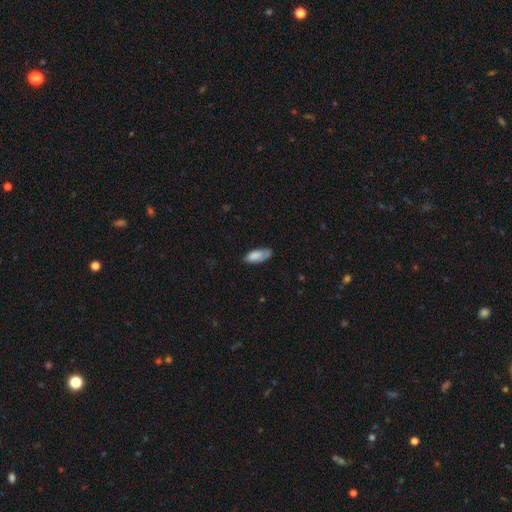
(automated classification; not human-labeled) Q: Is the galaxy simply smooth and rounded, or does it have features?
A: smooth — 81%.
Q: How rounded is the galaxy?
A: in between — 83%.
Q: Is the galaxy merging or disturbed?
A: none — 63%.